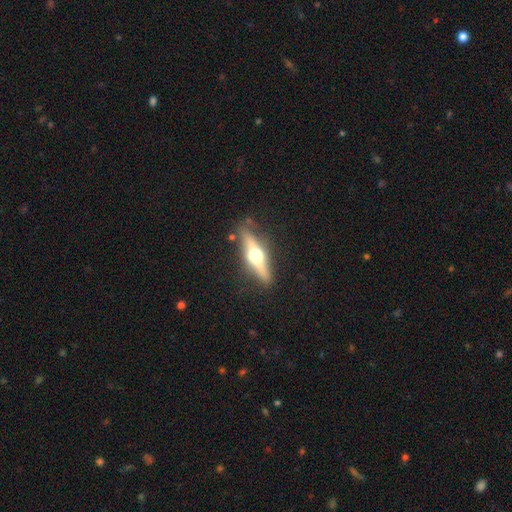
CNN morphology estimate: Overall: featured or disk (70%). Edge-on disk: yes (94%). Edge-on bulge: rounded (96%). Merging: none (85%).